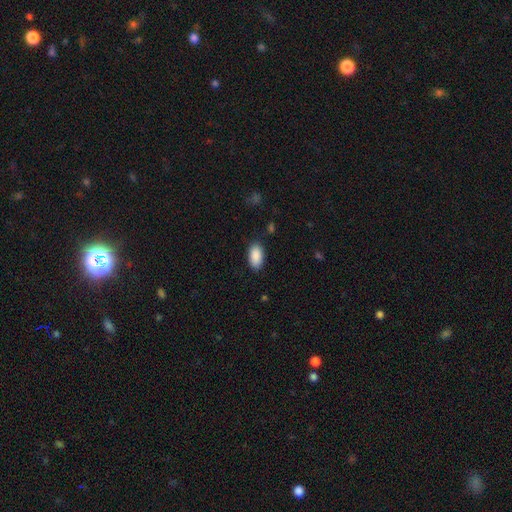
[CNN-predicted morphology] Smooth or featured? Predicted: smooth (p=0.90). How rounded? Predicted: in between (p=0.94). Merging? Predicted: none (p=0.86).